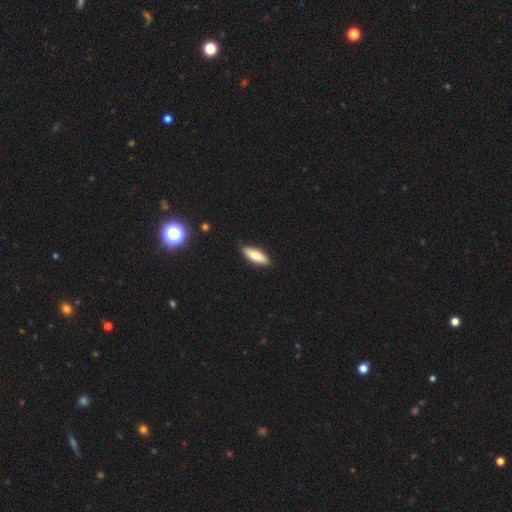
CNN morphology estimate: type=smooth (75%); roundness=cigar-shaped (50%); merging=none (89%).